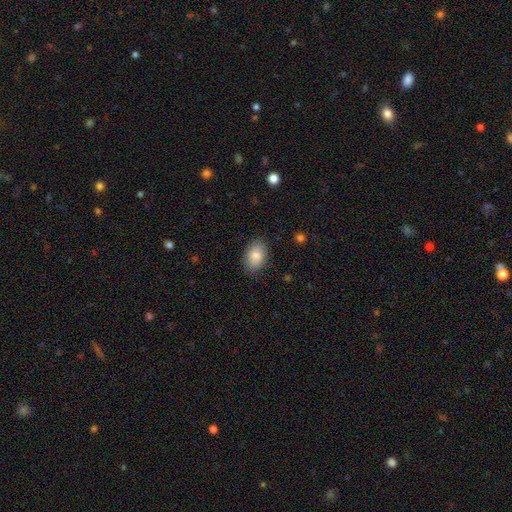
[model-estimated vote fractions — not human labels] smooth-or-featured: smooth: 84% | featured or disk: 10% | star or artifact: 7%
  how-rounded: in between: 88% | round: 11% | cigar-shaped: 1%
  merging: none: 85% | minor disturbance: 11% | major disturbance: 3% | merger: 1%